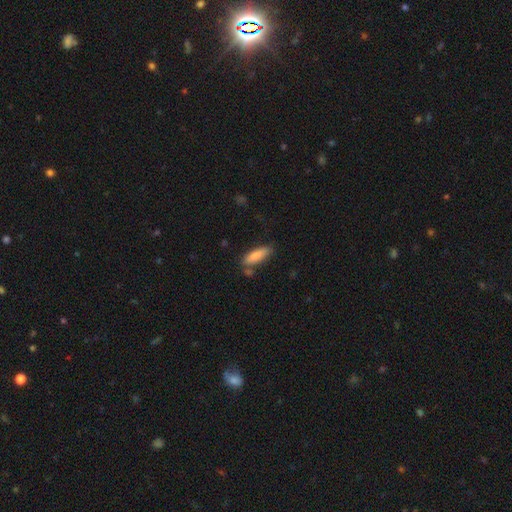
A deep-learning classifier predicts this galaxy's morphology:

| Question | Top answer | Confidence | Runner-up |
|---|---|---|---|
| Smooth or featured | smooth | 83% | featured or disk (11%) |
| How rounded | cigar-shaped | 54% | in between (44%) |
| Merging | none | 68% | minor disturbance (18%) |